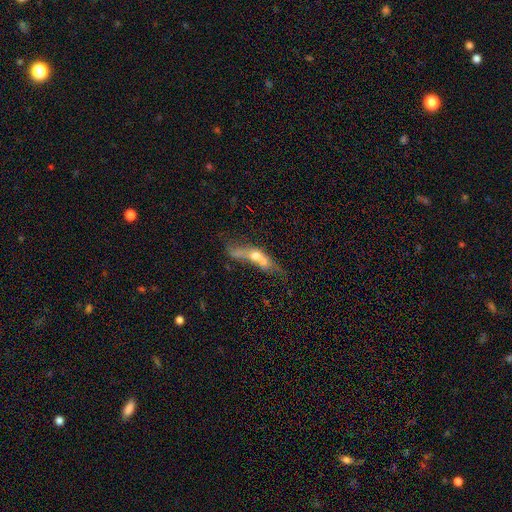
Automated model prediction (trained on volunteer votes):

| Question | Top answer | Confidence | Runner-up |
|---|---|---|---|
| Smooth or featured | smooth | 46% | featured or disk (43%) |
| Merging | merger | 67% | none (15%) |